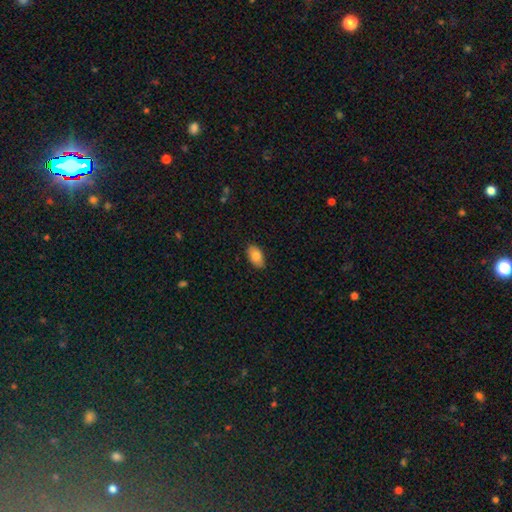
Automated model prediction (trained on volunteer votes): This appears to be a smooth galaxy with no disk features (83%) that is in between round and cigar-shaped (93%). Merging: none (84%).